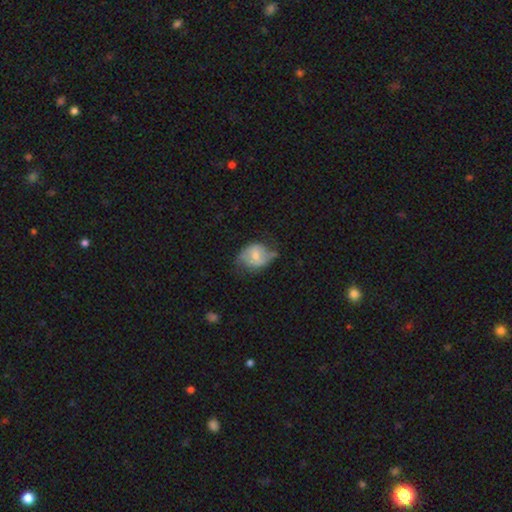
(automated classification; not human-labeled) smooth_or_featured: smooth (p=0.50) [alt: featured or disk p=0.43]
how_rounded: round (p=0.50) [alt: in between p=0.49]
merging: none (p=0.45) [alt: minor disturbance p=0.36]